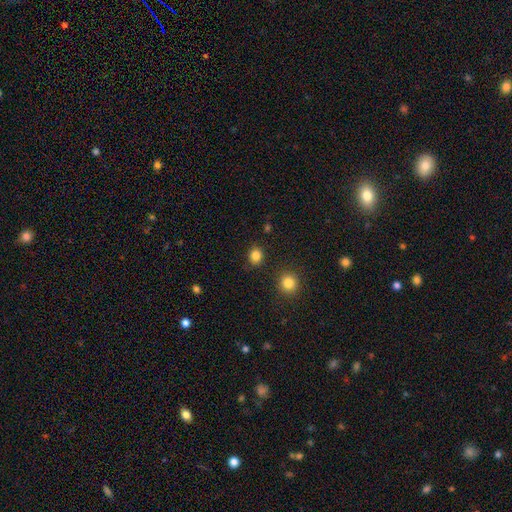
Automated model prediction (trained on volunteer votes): This appears to be a smooth galaxy with no disk features (84%) that is round (75%). Merging: none (86%).